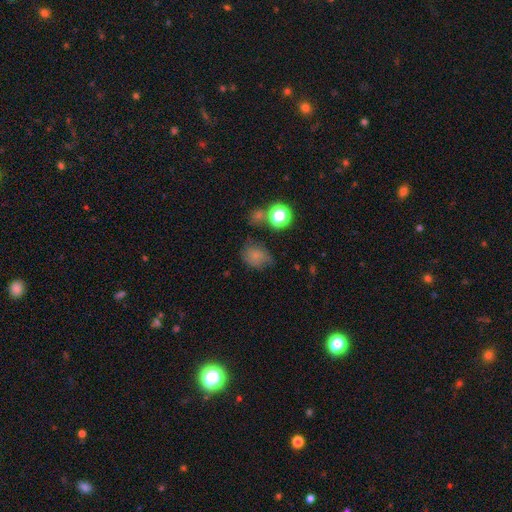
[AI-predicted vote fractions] This appears to be a smooth galaxy with no disk features (67%) that is round (54%). Merging: none (50%).